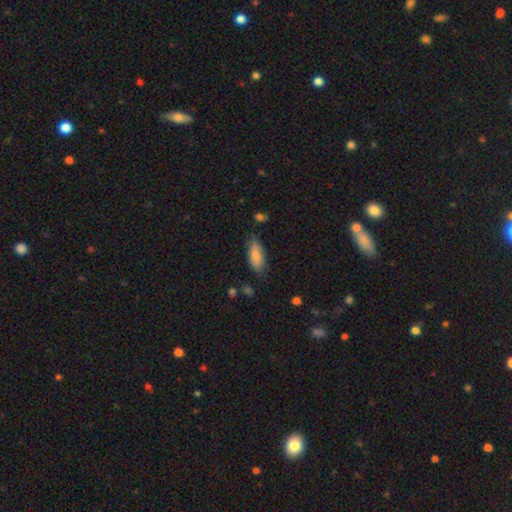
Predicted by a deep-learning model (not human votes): A smooth galaxy with no disk features (83%) that is in between round and cigar-shaped (77%). Merging: none (75%).